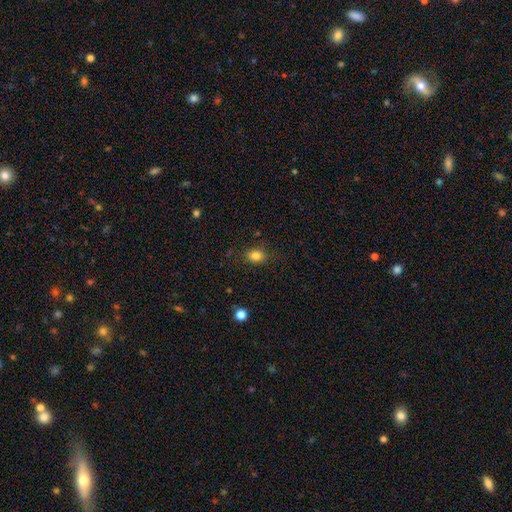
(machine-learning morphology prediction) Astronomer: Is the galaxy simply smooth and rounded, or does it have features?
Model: smooth — 83%.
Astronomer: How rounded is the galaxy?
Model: in between — 58% (runner-up: round, 41%).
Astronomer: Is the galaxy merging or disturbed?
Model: none — 83%.